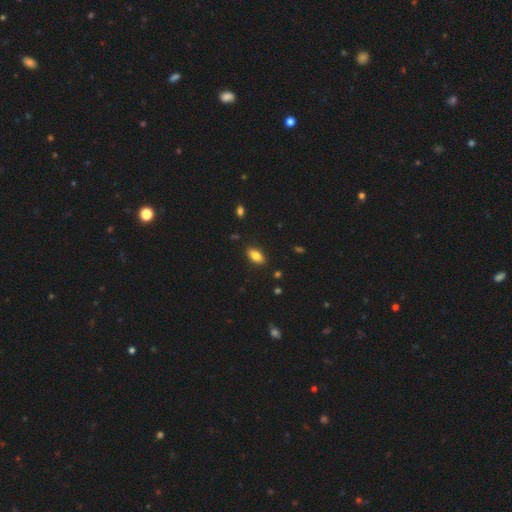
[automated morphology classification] Q: Smooth or featured?
A: smooth (81%); runner-up: featured or disk (10%)
Q: How rounded?
A: in between (89%); runner-up: cigar-shaped (7%)
Q: Merging?
A: none (87%); runner-up: minor disturbance (9%)